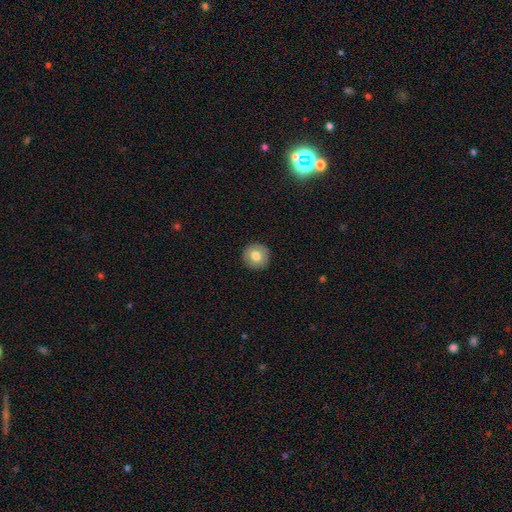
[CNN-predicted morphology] This is likely a smooth galaxy (76%). How rounded: clearly round (95%). Merging: clearly none (92%).